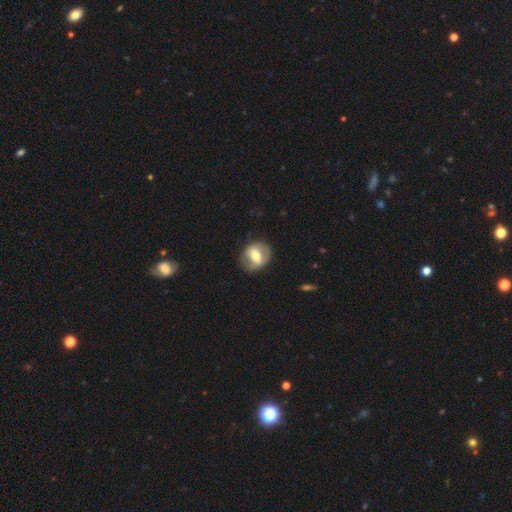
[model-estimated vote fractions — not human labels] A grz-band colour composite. It shows a featured or disk galaxy (50%). Merging: none (78%).